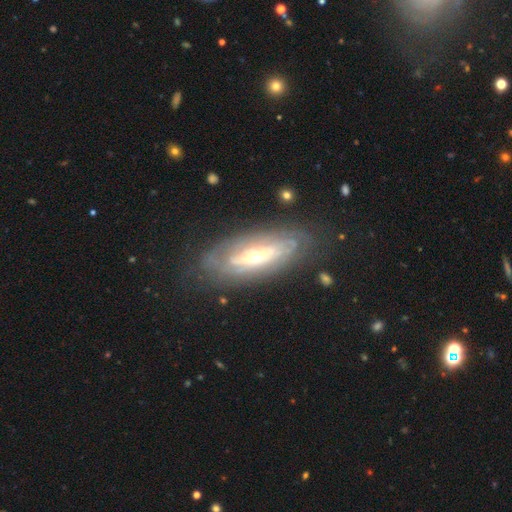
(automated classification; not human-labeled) This appears to be a featured or disk galaxy (77%) with no bar (47%), spiral arms (65%) and a moderate central bulge (57%). Merging: none (78%).